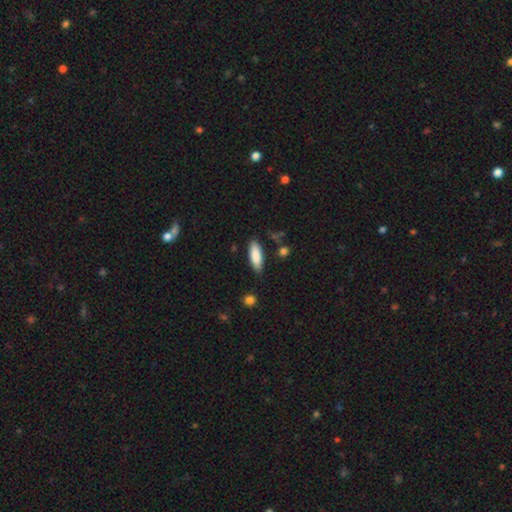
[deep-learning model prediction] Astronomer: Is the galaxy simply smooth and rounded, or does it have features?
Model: smooth — 86%.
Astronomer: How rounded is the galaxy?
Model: in between — 63%.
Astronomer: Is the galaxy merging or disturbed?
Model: none — 82%.